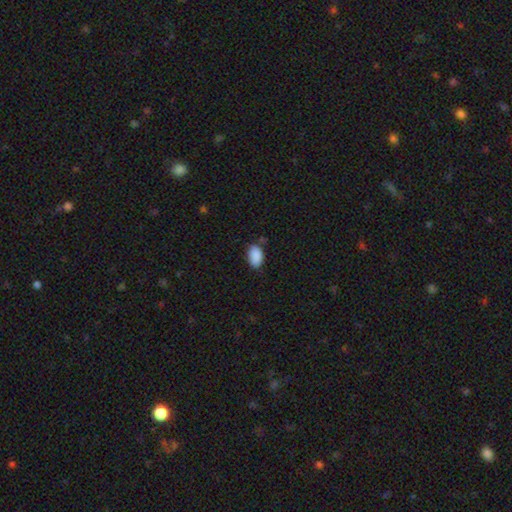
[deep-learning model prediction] smooth_or_featured: smooth (p=0.89) [alt: star or artifact p=0.07]
how_rounded: in between (p=0.91) [alt: round p=0.07]
merging: none (p=0.75) [alt: minor disturbance p=0.19]